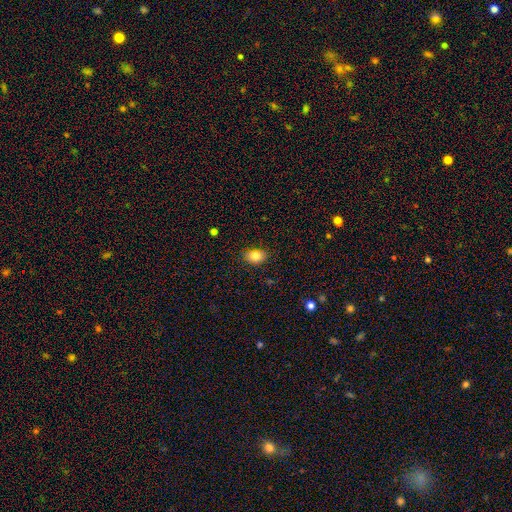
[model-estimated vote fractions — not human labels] smooth_or_featured: smooth (p=0.84) [alt: star or artifact p=0.09]
how_rounded: in between (p=0.74) [alt: round p=0.25]
merging: none (p=0.85) [alt: minor disturbance p=0.12]